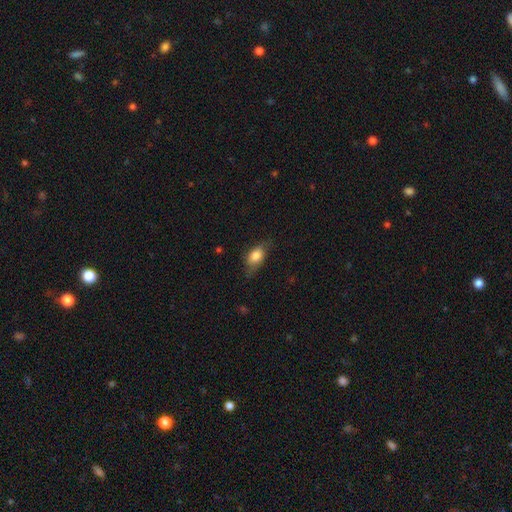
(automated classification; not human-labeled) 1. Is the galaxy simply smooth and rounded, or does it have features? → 73% smooth, 20% featured or disk, 7% star or artifact.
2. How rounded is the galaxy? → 81% in between, 12% round, 8% cigar-shaped.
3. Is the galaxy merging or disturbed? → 62% none, 29% minor disturbance, 9% major disturbance, 1% merger.